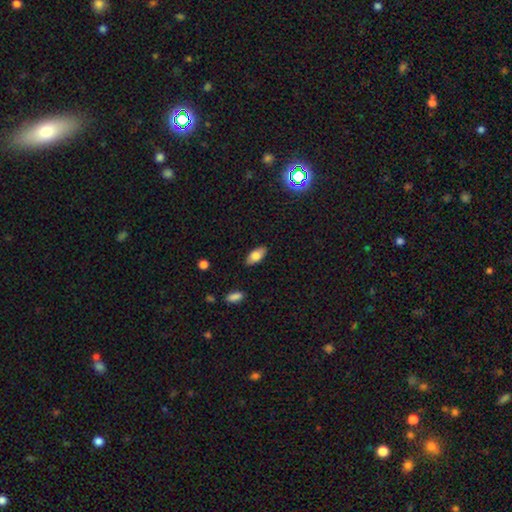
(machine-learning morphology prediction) A smooth galaxy with no disk features (79%) that is in between round and cigar-shaped (90%). Merging: none (87%).